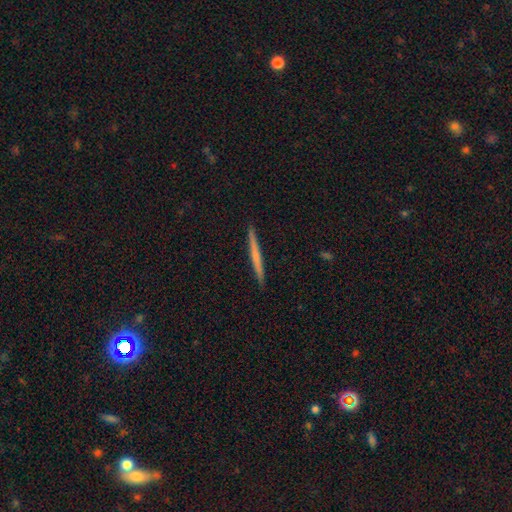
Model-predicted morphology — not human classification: The model was most divided on "smooth or featured": smooth: 50%, featured or disk: 45%, star or artifact: 5%. More confident: merging — none (92%).